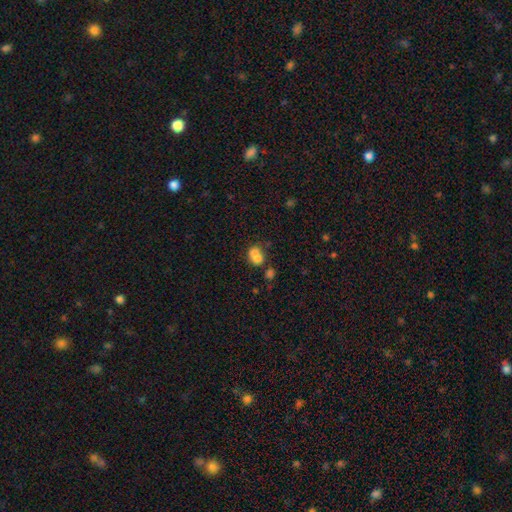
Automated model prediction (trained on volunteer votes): smooth 71%, featured or disk 18%, star or artifact 11%. Down the decision tree: how rounded — round (57%); merging — merger (65%).